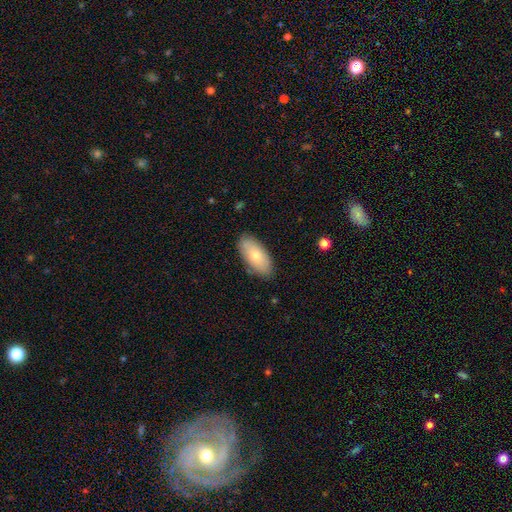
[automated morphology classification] Smooth or featured?
  - smooth: 78% *
  - featured or disk: 16%
  - star or artifact: 6%
How rounded?
  - in between: 93% *
  - cigar-shaped: 5%
  - round: 2%
Merging?
  - none: 85% *
  - minor disturbance: 12%
  - major disturbance: 2%
  - merger: 1%